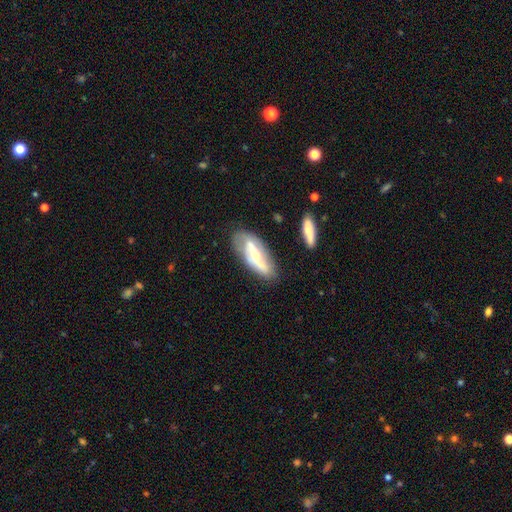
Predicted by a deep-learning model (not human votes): Smooth or featured? featured or disk (65%)
Edge-on disk? no (81%)
Bar? no (36%)
Spiral arms? yes (74%)
Bulge size? moderate (48%)
Merging? none (69%)